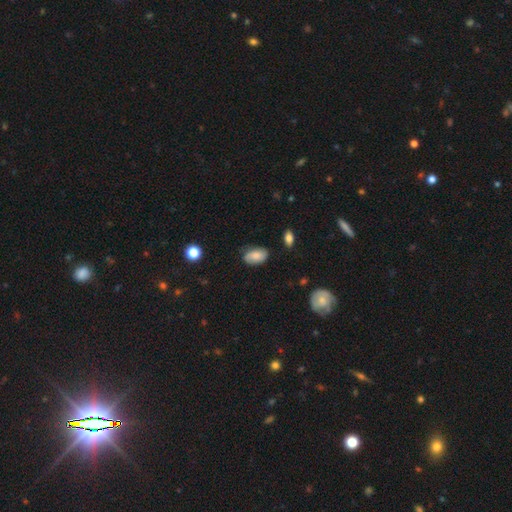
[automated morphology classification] Smooth or featured?
  - smooth: 77% *
  - featured or disk: 16%
  - star or artifact: 8%
How rounded?
  - in between: 92% *
  - round: 6%
  - cigar-shaped: 2%
Merging?
  - none: 76% *
  - minor disturbance: 18%
  - major disturbance: 4%
  - merger: 2%